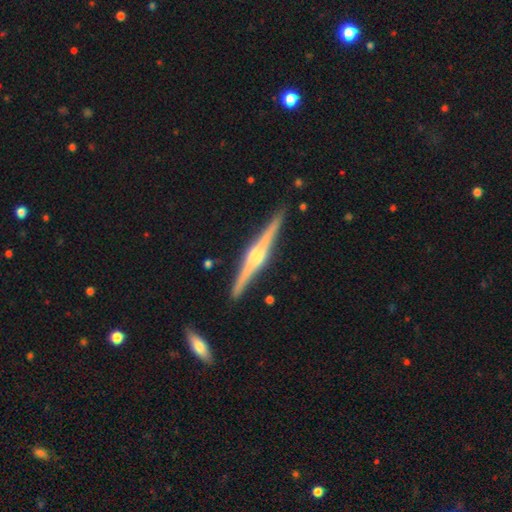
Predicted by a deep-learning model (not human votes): Smooth or featured?
  - featured or disk: 85% *
  - smooth: 10%
  - star or artifact: 5%
Edge-on disk?
  - yes: 99% *
  - no: 1%
Edge-on bulge?
  - rounded: 85% *
  - boxy: 12%
  - none: 3%
Merging?
  - none: 91% *
  - minor disturbance: 7%
  - major disturbance: 1%
  - merger: 1%